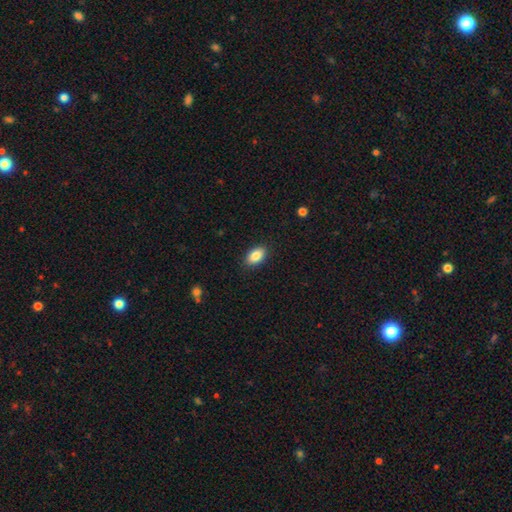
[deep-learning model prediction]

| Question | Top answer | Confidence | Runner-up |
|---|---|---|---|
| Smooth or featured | smooth | 87% | star or artifact (7%) |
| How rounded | in between | 91% | round (6%) |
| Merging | none | 88% | minor disturbance (8%) |